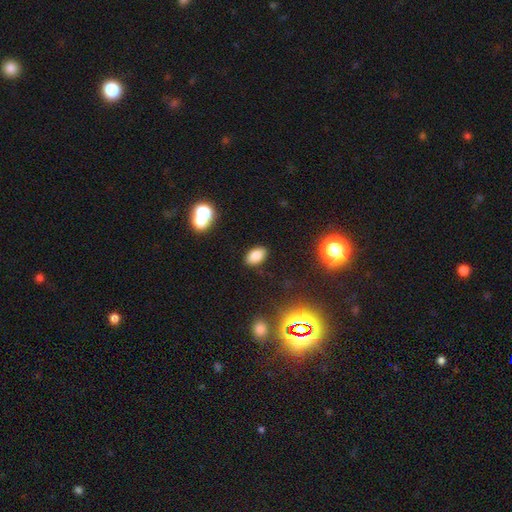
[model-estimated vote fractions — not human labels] The model was most divided on "smooth or featured": smooth: 80%, star or artifact: 13%, featured or disk: 7%. More confident: how rounded — in between (91%); merging — none (87%).